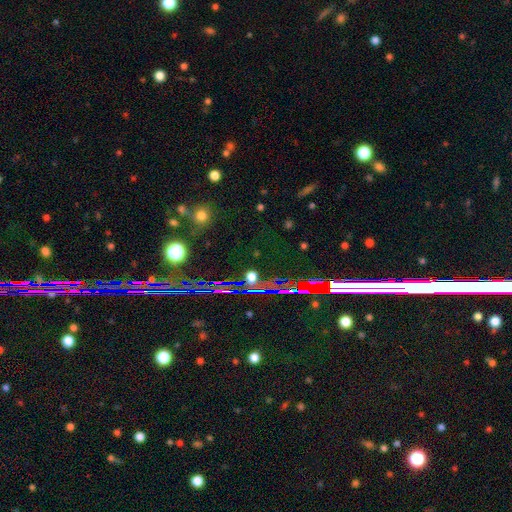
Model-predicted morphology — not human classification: Overall: star or artifact (70%).